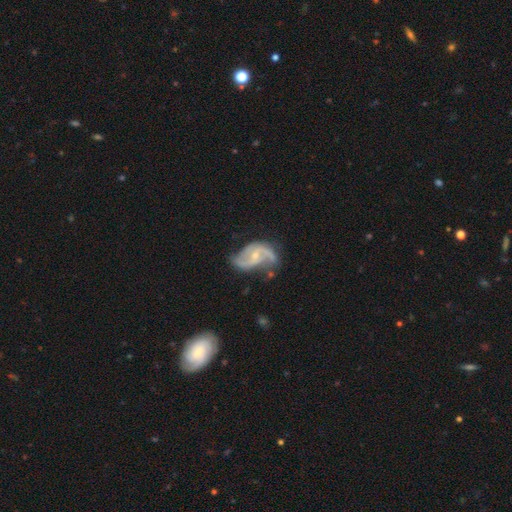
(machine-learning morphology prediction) Smooth or featured?
  - featured or disk: 86% *
  - smooth: 8%
  - star or artifact: 6%
Edge-on disk?
  - no: 97% *
  - yes: 3%
Bar?
  - weak: 45% *
  - no: 41%
  - strong: 14%
Spiral arms?
  - yes: 95% *
  - no: 5%
Spiral winding?
  - loose: 48% *
  - medium: 40%
  - tight: 12%
Spiral arm count?
  - 2: 80% *
  - 3: 7%
  - can't tell: 6%
  - 1: 3%
  - 4: 2%
  - more than 4: 2%
Bulge size?
  - small: 64% *
  - moderate: 30%
  - none: 4%
  - large: 1%
  - dominant: 1%
Merging?
  - none: 50% *
  - minor disturbance: 28%
  - major disturbance: 17%
  - merger: 5%